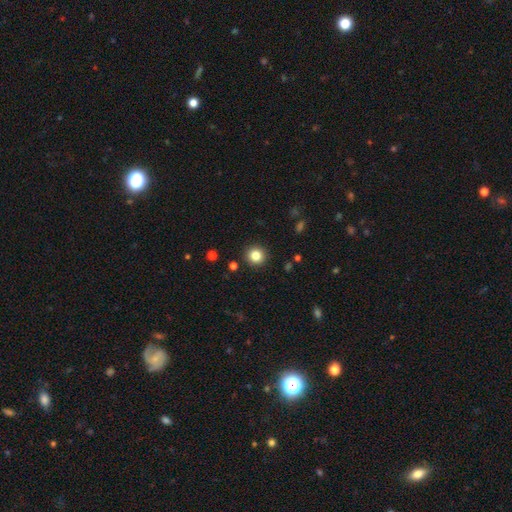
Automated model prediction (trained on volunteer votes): Smooth or featured: smooth — 83% (star or artifact — 11%)
How rounded: round — 94% (in between — 5%)
Merging: none — 92% (minor disturbance — 5%)